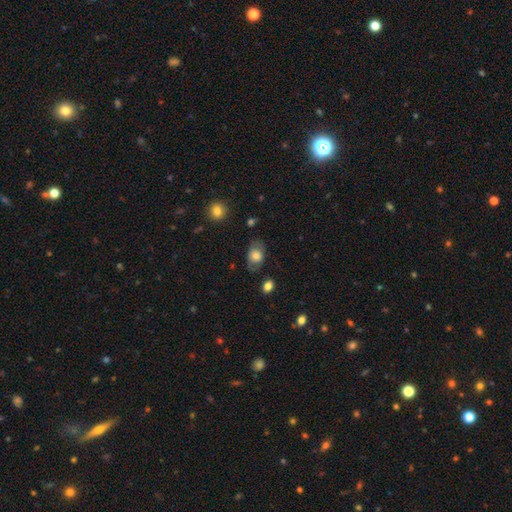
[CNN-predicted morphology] This appears to be a smooth galaxy with no disk features (66%) that is in between round and cigar-shaped (72%). Merging: none (70%).